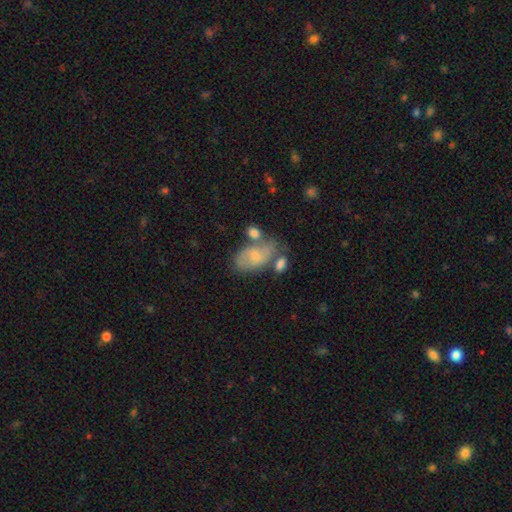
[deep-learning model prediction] Q: Smooth or featured?
A: smooth (50%); runner-up: featured or disk (41%)
Q: How rounded?
A: in between (89%); runner-up: round (9%)
Q: Merging?
A: none (44%); runner-up: merger (23%)